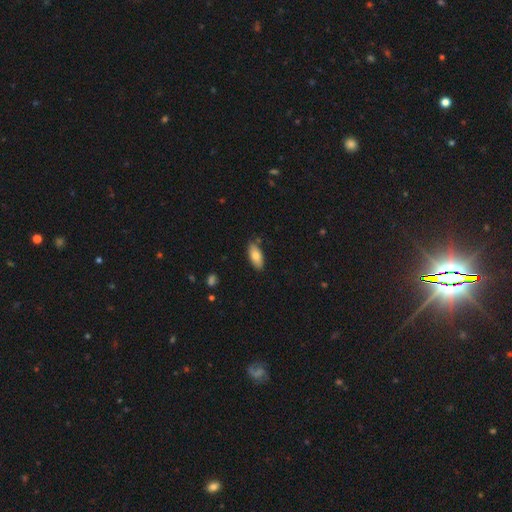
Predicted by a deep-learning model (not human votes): A smooth galaxy with no disk features (81%) that is in between round and cigar-shaped (88%).

Vote fractions:
- Smooth or featured? smooth: 81% / featured or disk: 13% / star or artifact: 7%
- How rounded? in between: 88% / cigar-shaped: 10% / round: 2%
- Merging? none: 83% / minor disturbance: 13% / major disturbance: 2% / merger: 2%